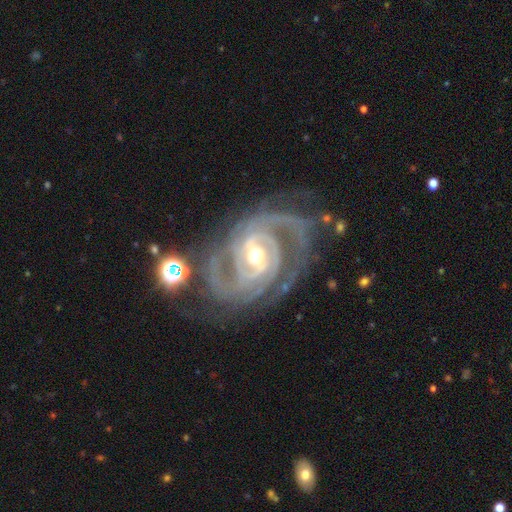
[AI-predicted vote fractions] Overall: featured or disk (93%). Edge-on disk: no (97%). Bar: weak (43%; strong 38%). Spiral arms: yes (98%). Spiral arm count: 2 (42%; 3 28%). Spiral winding: tight (57%; medium 36%). Bulge size: moderate (64%; small 29%). Merging: none (64%).